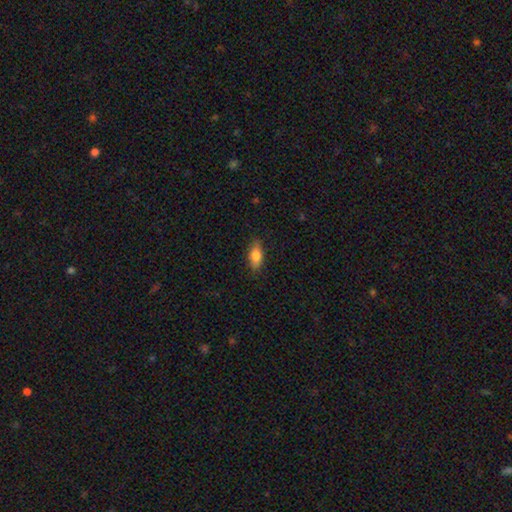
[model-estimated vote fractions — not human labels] This is likely a smooth galaxy (77%). How rounded: clearly in between (80%). Merging: clearly none (84%).